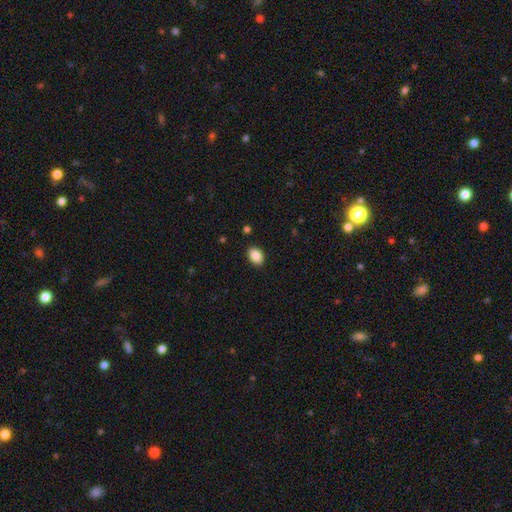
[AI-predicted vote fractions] Morphology: type=smooth (88%); roundness=in between (84%); merging=none (89%).